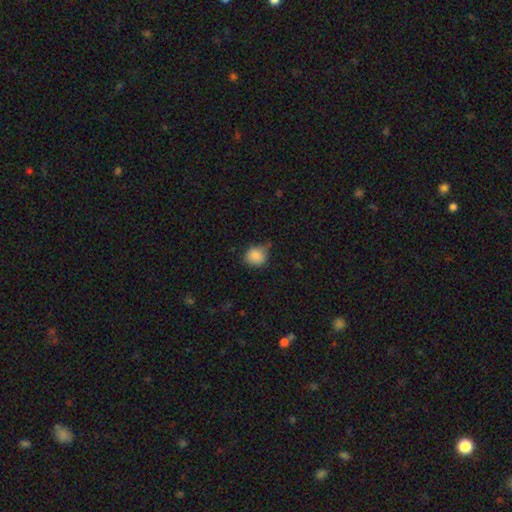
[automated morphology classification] type=smooth (86%); roundness=round (78%); merging=none (65%).